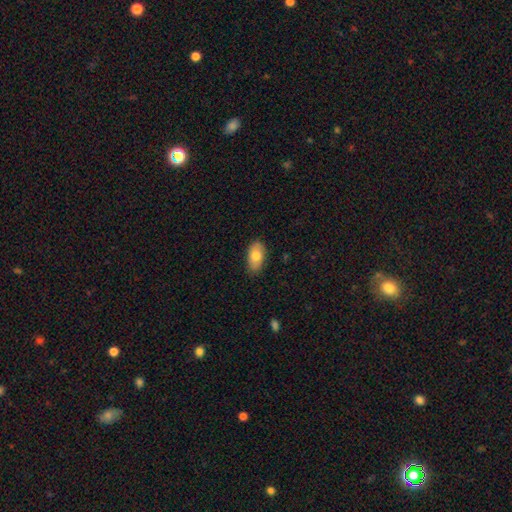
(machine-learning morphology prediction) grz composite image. It shows a smooth galaxy with no disk features (77%) that is in between round and cigar-shaped (93%). Merging: none (84%).